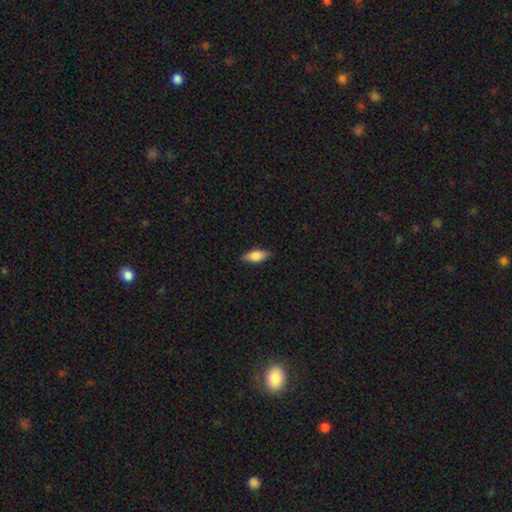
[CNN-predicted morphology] smooth-or-featured: smooth: 80% | featured or disk: 14% | star or artifact: 6%
  how-rounded: in between: 79% | cigar-shaped: 18% | round: 3%
  merging: none: 86% | minor disturbance: 11% | major disturbance: 2% | merger: 1%